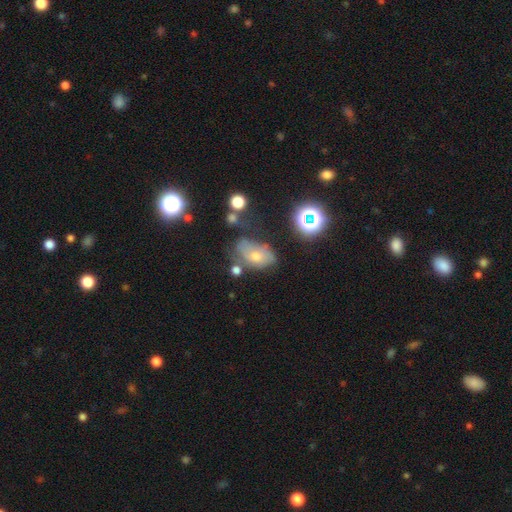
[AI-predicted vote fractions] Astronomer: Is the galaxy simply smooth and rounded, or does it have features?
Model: smooth — 50% (runner-up: featured or disk, 33%).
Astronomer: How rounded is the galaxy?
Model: in between — 85%.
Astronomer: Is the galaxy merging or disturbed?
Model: none — 37% (runner-up: minor disturbance, 29%).